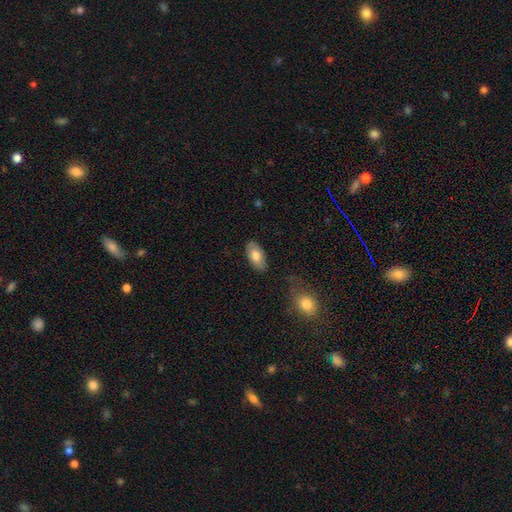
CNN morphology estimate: Smooth or featured? Predicted: smooth (p=0.74). How rounded? Predicted: in between (p=0.94). Merging? Predicted: none (p=0.82).